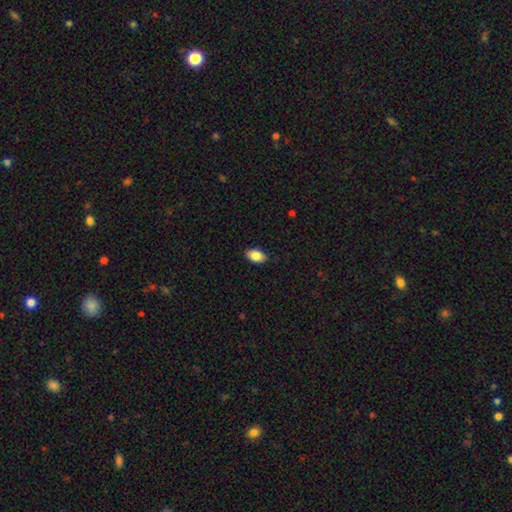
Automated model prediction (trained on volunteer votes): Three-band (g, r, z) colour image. It shows a smooth galaxy with no disk features (86%) that is in between round and cigar-shaped (92%). Merging: none (88%).